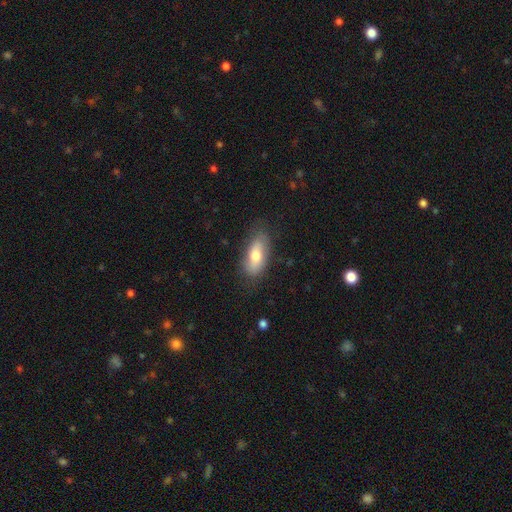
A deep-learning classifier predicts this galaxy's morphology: This appears to be a smooth galaxy with no disk features (68%) that is in between round and cigar-shaped (85%). Merging: none (76%).